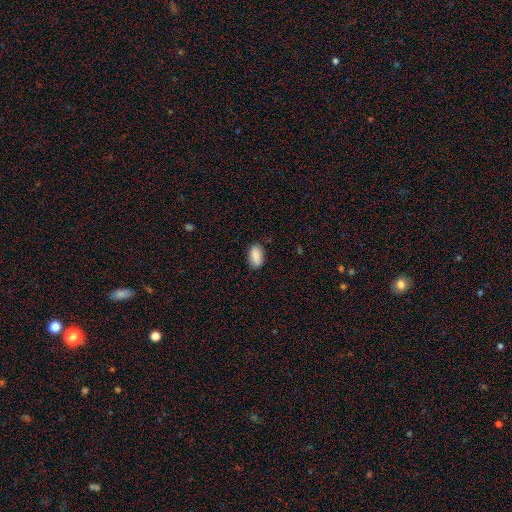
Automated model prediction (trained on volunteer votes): Smooth or featured?
  - smooth: 87% *
  - star or artifact: 7%
  - featured or disk: 6%
How rounded?
  - in between: 92% *
  - round: 5%
  - cigar-shaped: 4%
Merging?
  - none: 79% *
  - minor disturbance: 17%
  - major disturbance: 3%
  - merger: 1%